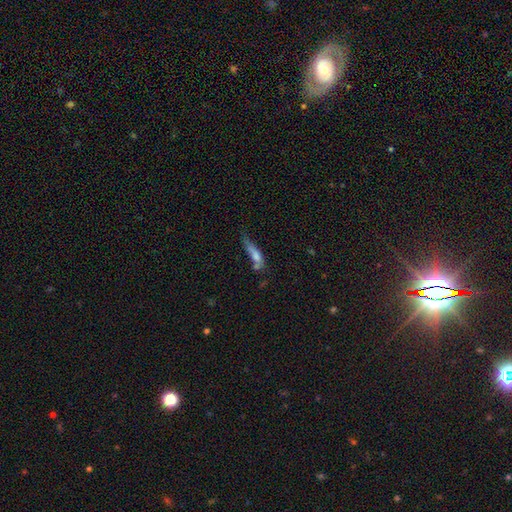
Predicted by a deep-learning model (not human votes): This appears to be a smooth galaxy with no disk features (61%) that is cigar-shaped (68%). Merging: none (34%).